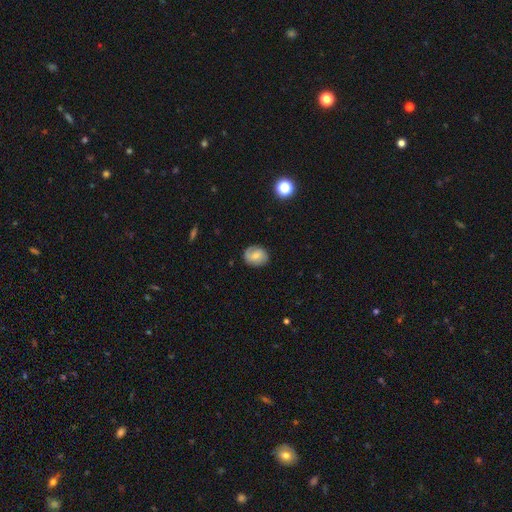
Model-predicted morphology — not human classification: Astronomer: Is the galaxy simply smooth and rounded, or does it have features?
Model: smooth — 50% (runner-up: featured or disk, 41%).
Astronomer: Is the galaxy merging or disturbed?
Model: none — 80%.